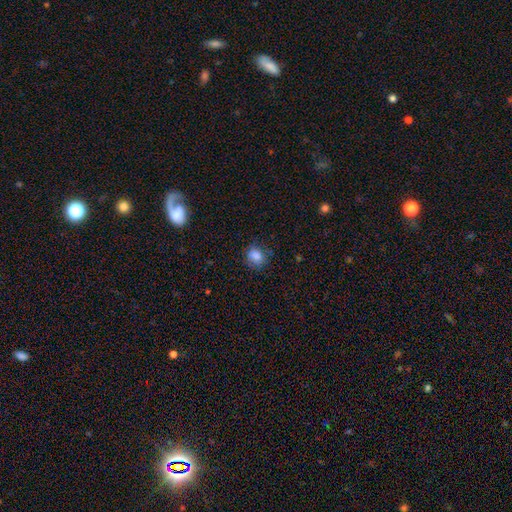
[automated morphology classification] A smooth galaxy with no disk features (84%) that is round (61%).

Vote fractions:
- Smooth or featured? smooth: 84% / star or artifact: 10% / featured or disk: 5%
- How rounded? round: 61% / in between: 38% / cigar-shaped: 1%
- Merging? none: 78% / minor disturbance: 17% / major disturbance: 4% / merger: 1%